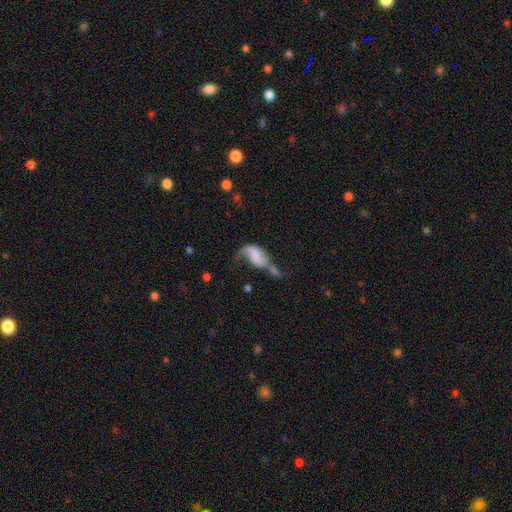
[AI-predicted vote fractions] featured or disk 46%, smooth 45%, star or artifact 9%. Down the decision tree: merging — merger (38%).